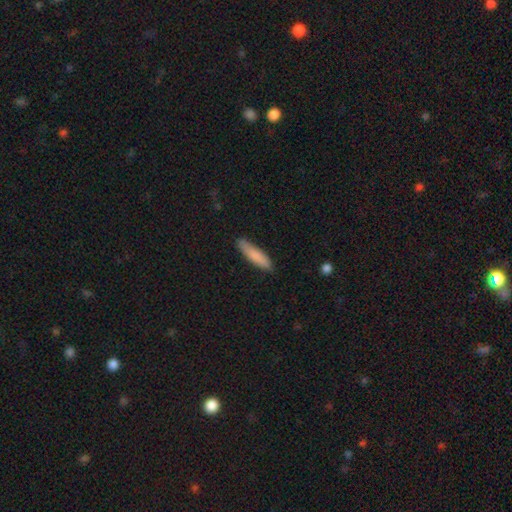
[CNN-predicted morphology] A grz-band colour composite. It shows a smooth galaxy with no disk features (83%) that is cigar-shaped (79%). Merging: none (83%).